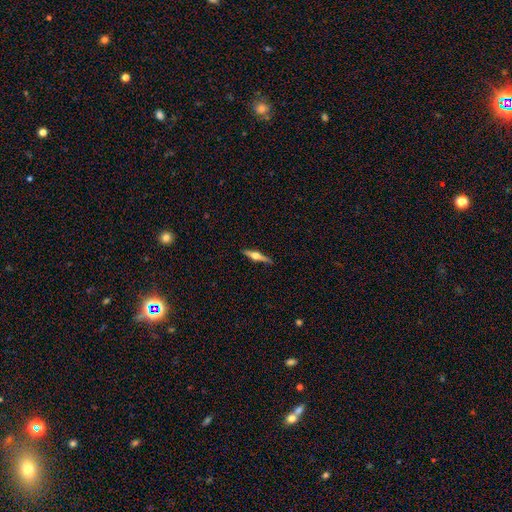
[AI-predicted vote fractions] Smooth or featured: featured or disk — 69% (smooth — 25%)
Edge-on disk: yes — 97% (no — 3%)
Edge-on bulge: rounded — 94% (boxy — 4%)
Merging: none — 89% (minor disturbance — 8%)